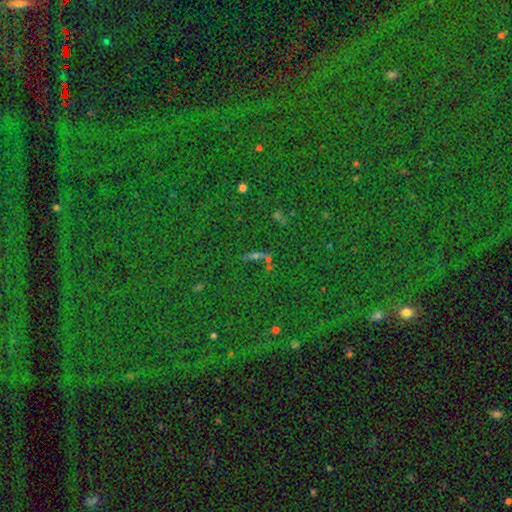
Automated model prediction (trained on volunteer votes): Smooth or featured? Predicted: star or artifact (p=0.72).